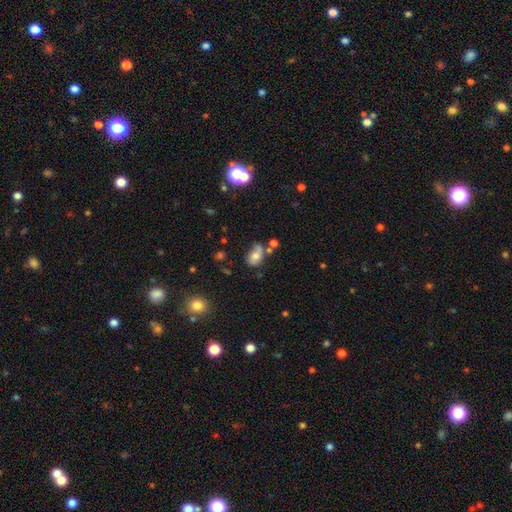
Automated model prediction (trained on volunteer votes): The model was most divided on "merging": none: 41%, minor disturbance: 26%, merger: 21%, major disturbance: 12%. More confident: how rounded — in between (77%); smooth or featured — smooth (72%).